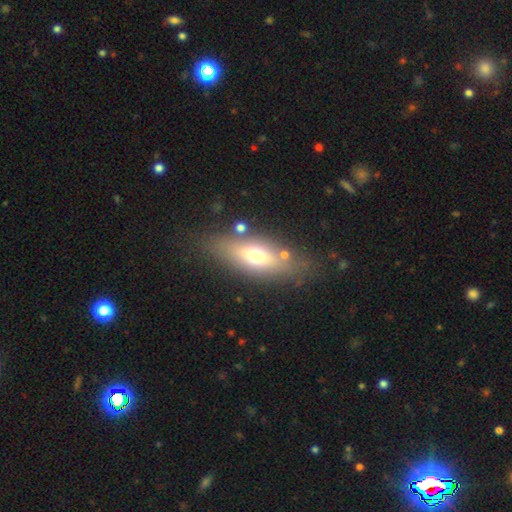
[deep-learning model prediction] This is possibly a smooth galaxy (57%). How rounded: likely in between (64%). Merging: likely none (77%).